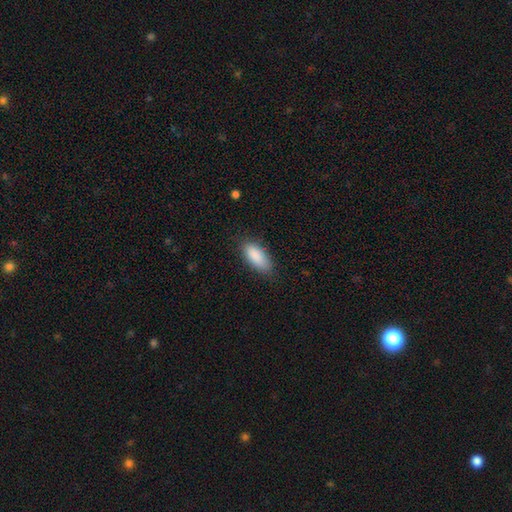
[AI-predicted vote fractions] Smooth or featured? smooth (89%)
How rounded? in between (86%)
Merging? none (80%)